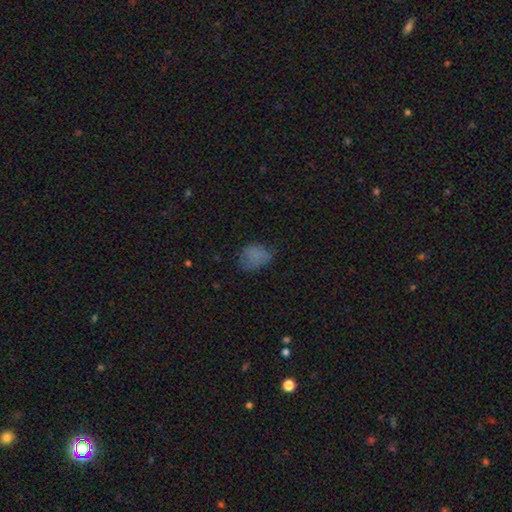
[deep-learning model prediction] Morphology: type=smooth (73%); roundness=in between (70%); merging=none (52%).